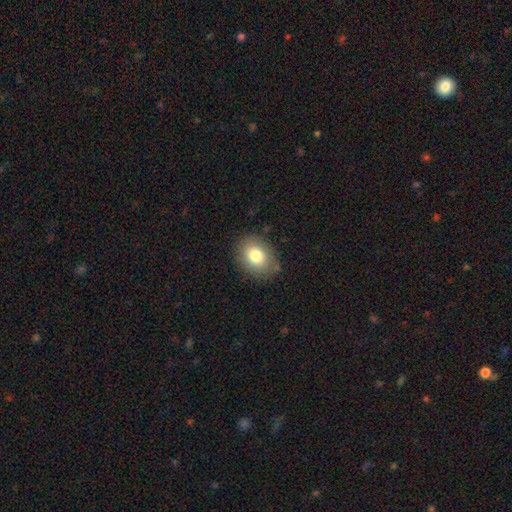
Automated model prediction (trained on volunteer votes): Smooth or featured? Predicted: smooth (p=0.80). How rounded? Predicted: in between (p=0.64). Merging? Predicted: none (p=0.81).